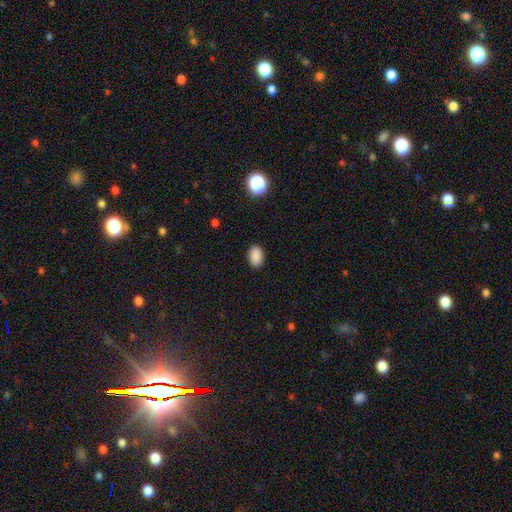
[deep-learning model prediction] smooth-or-featured: smooth: 89% | star or artifact: 9% | featured or disk: 3%
  how-rounded: in between: 87% | round: 12% | cigar-shaped: 1%
  merging: none: 89% | minor disturbance: 8% | major disturbance: 2% | merger: 1%